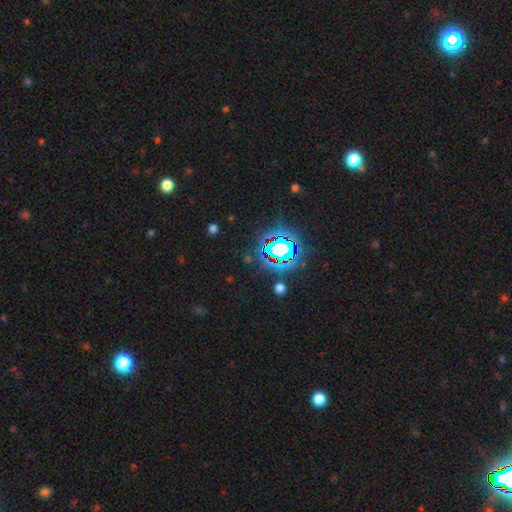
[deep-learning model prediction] A star or artifact, not a galaxy (81%).

Vote fractions:
- Smooth or featured? star or artifact: 81% / smooth: 11% / featured or disk: 7%